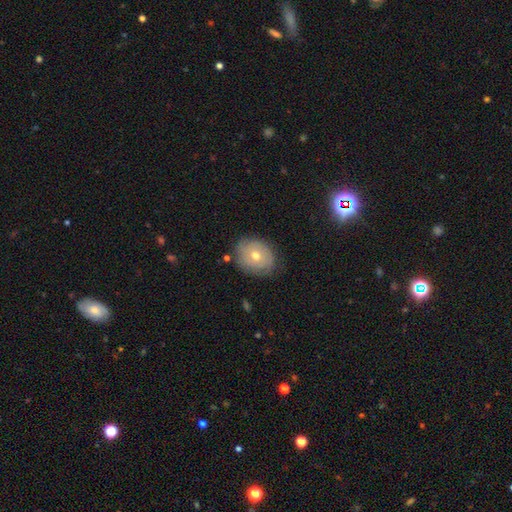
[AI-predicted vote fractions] Smooth or featured? Predicted: smooth (p=0.46). Merging? Predicted: none (p=0.78).